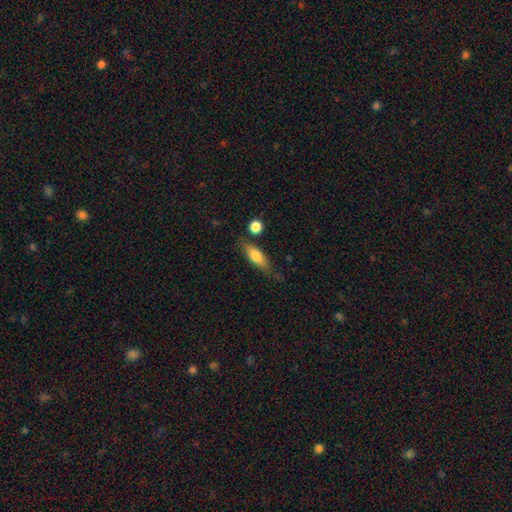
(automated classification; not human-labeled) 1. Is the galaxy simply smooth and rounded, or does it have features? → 64% smooth, 29% featured or disk, 7% star or artifact.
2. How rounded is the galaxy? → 54% in between, 42% cigar-shaped, 4% round.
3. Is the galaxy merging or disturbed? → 66% none, 20% minor disturbance, 7% merger, 7% major disturbance.